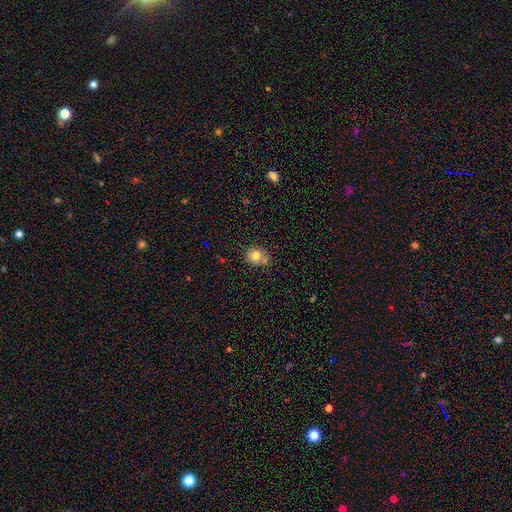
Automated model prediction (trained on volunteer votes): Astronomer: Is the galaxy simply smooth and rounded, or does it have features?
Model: smooth — 79%.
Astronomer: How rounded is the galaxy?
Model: round — 82%.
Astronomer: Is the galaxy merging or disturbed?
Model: none — 65%.